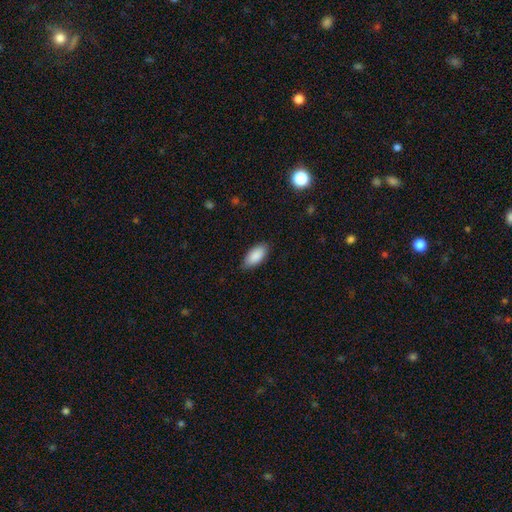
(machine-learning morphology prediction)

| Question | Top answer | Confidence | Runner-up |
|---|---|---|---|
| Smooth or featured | smooth | 89% | star or artifact (6%) |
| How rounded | in between | 91% | cigar-shaped (7%) |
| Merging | none | 85% | minor disturbance (12%) |